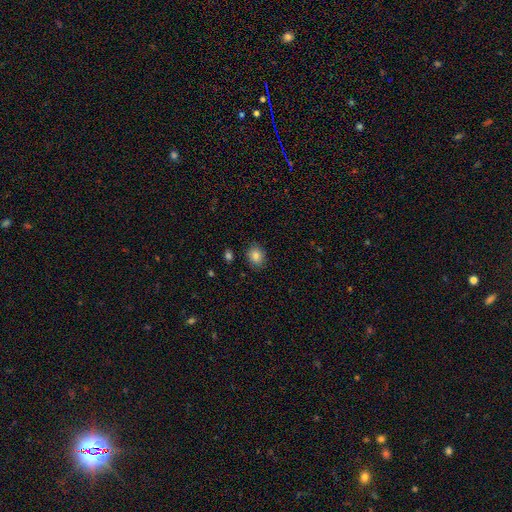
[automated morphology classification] type=smooth (84%); roundness=round (61%); merging=none (86%).